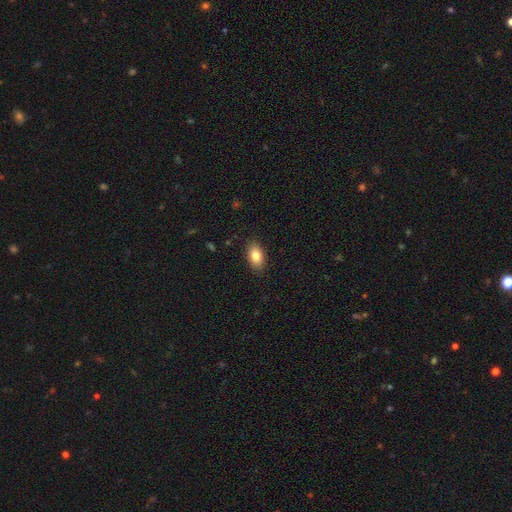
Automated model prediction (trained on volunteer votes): Smooth or featured: smooth — 84% (featured or disk — 9%)
How rounded: in between — 92% (round — 6%)
Merging: none — 88% (minor disturbance — 9%)